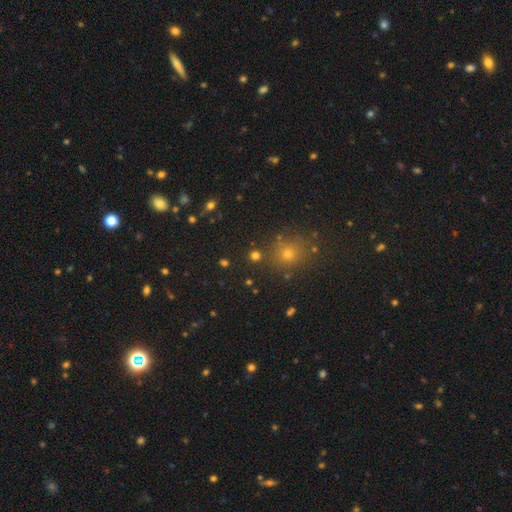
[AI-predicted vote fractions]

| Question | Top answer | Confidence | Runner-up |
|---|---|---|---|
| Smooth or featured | smooth | 64% | star or artifact (28%) |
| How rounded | round | 88% | in between (11%) |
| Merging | none | 82% | minor disturbance (9%) |